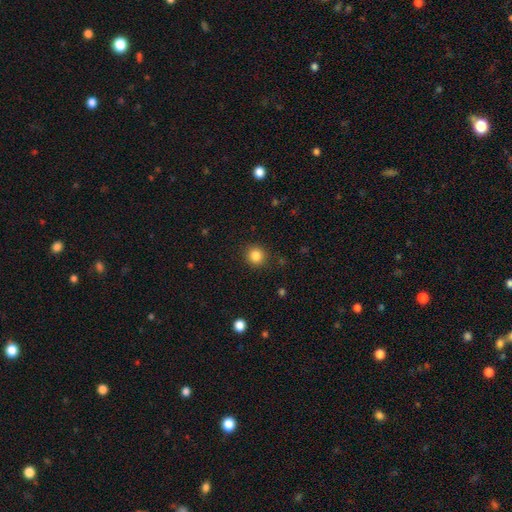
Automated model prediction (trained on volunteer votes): Smooth or featured? smooth (85%)
How rounded? round (89%)
Merging? none (89%)